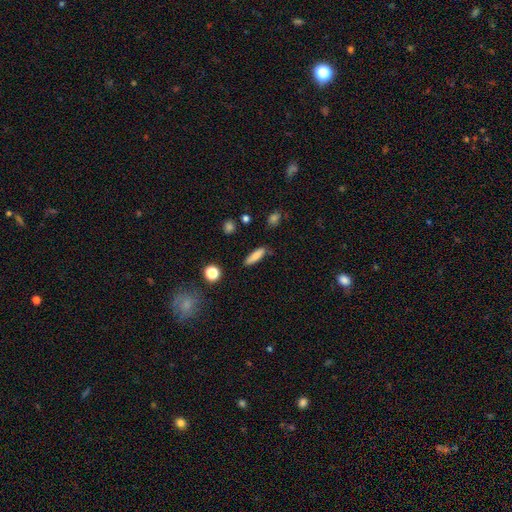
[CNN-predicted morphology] type=smooth (81%); roundness=cigar-shaped (60%); merging=none (82%).